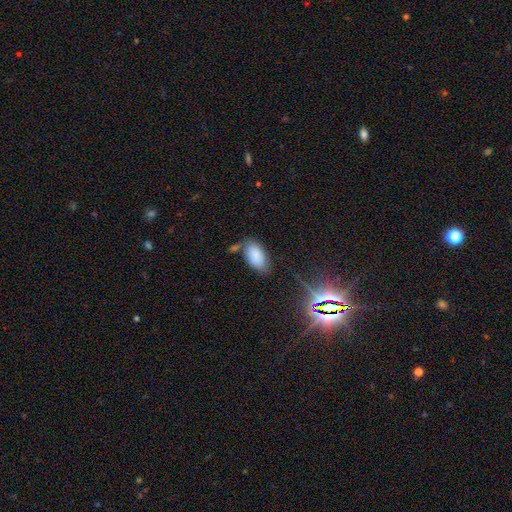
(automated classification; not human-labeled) A smooth galaxy with no disk features (84%) that is in between round and cigar-shaped (94%). Merging: none (65%).